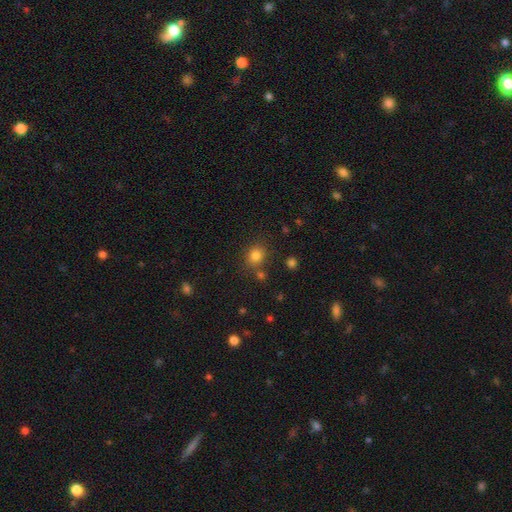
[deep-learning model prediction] The model was most divided on "how rounded": round: 77%, in between: 22%, cigar-shaped: 1%. More confident: smooth or featured — smooth (81%); merging — none (75%).